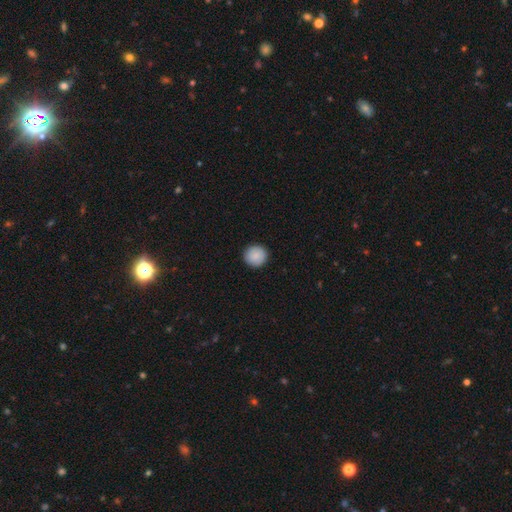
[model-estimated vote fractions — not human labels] Q: Smooth or featured?
A: smooth (89%); runner-up: star or artifact (7%)
Q: How rounded?
A: round (94%); runner-up: in between (5%)
Q: Merging?
A: none (92%); runner-up: minor disturbance (5%)